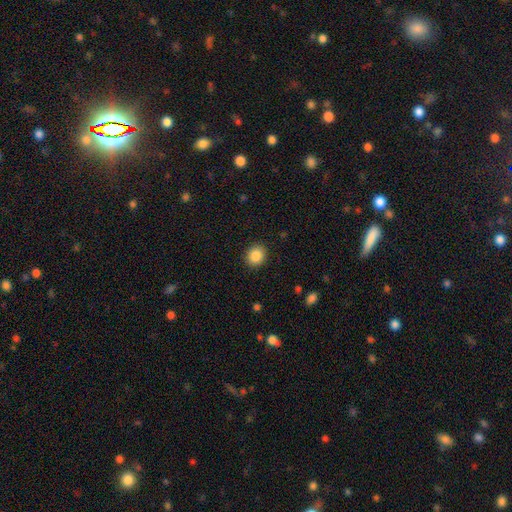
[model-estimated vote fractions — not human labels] A smooth galaxy with no disk features (87%) that is round (75%).

Vote fractions:
- Smooth or featured? smooth: 87% / star or artifact: 9% / featured or disk: 4%
- How rounded? round: 75% / in between: 24% / cigar-shaped: 1%
- Merging? none: 90% / minor disturbance: 7% / major disturbance: 2% / merger: 1%